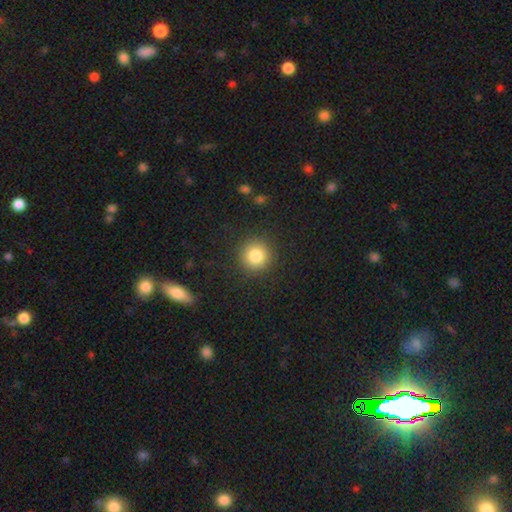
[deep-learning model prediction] smooth 83%, star or artifact 11%, featured or disk 6%. Down the decision tree: how rounded — round (94%); merging — none (90%).